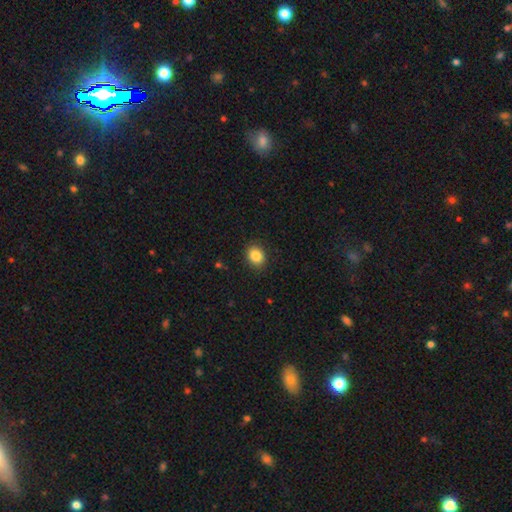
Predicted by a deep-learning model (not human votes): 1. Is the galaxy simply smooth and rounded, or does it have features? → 85% smooth, 10% star or artifact, 5% featured or disk.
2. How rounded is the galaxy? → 53% round, 46% in between, 1% cigar-shaped.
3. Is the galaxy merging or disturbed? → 89% none, 8% minor disturbance, 2% major disturbance, 1% merger.